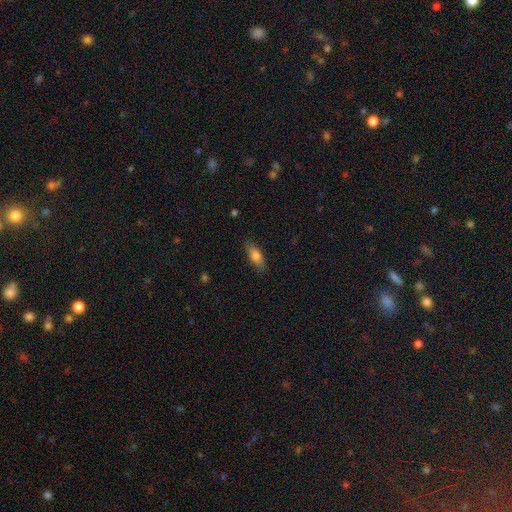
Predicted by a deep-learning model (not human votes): The model was most divided on "how rounded": in between: 68%, cigar-shaped: 29%, round: 3%. More confident: merging — none (83%); smooth or featured — smooth (75%).